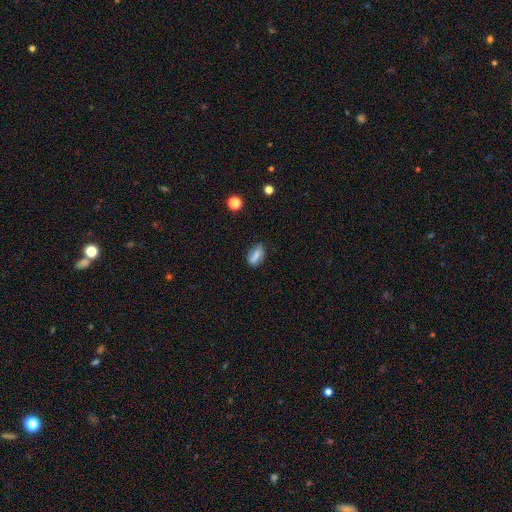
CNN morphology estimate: type=smooth (72%); roundness=in between (86%); merging=none (75%).